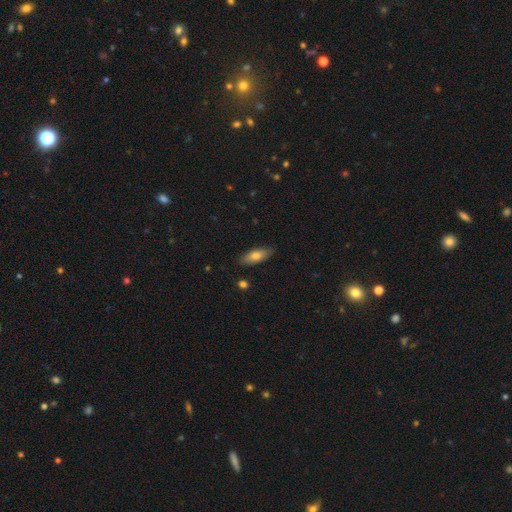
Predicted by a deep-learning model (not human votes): smooth-or-featured: smooth: 72% | featured or disk: 21% | star or artifact: 7%
  how-rounded: in between: 72% | cigar-shaped: 25% | round: 3%
  merging: none: 86% | minor disturbance: 11% | major disturbance: 2% | merger: 1%